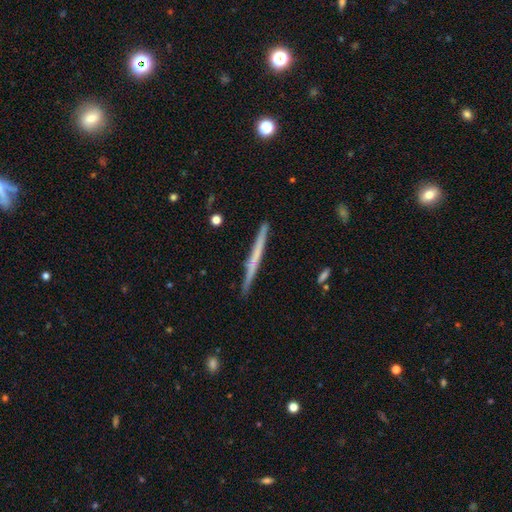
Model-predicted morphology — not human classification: The model was most divided on "smooth or featured": featured or disk: 50%, smooth: 44%, star or artifact: 6%. More confident: edge-on disk — yes (98%); merging — none (90%).